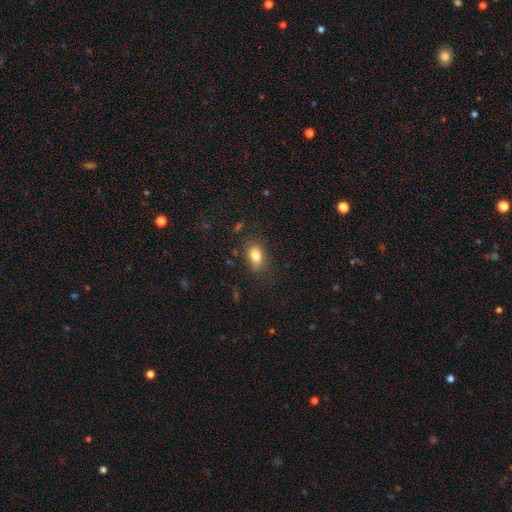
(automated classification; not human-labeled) smooth 81%, star or artifact 10%, featured or disk 9%. Down the decision tree: how rounded — in between (81%); merging — none (76%).